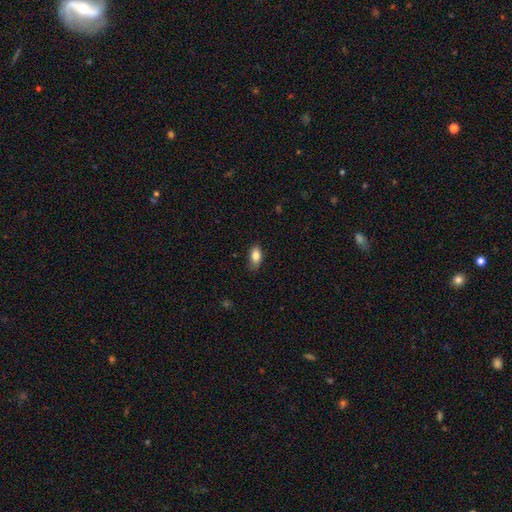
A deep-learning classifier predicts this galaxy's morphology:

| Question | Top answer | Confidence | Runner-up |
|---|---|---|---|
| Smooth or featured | smooth | 84% | featured or disk (8%) |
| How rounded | in between | 89% | round (6%) |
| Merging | none | 76% | minor disturbance (20%) |